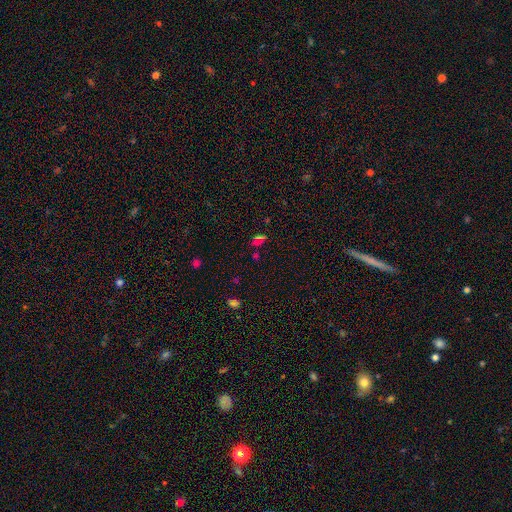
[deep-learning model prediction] Smooth or featured? star or artifact (47%)